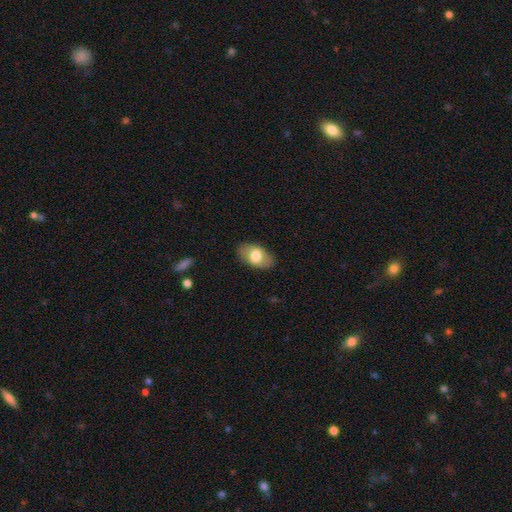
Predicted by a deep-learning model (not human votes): This appears to be a smooth galaxy with no disk features (70%) that is in between round and cigar-shaped (92%). Merging: none (84%).